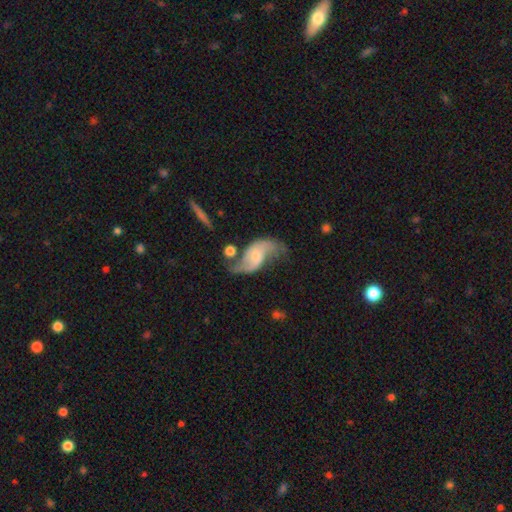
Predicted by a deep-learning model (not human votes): smooth_or_featured: featured or disk (p=0.81) [alt: smooth p=0.14]
disk_edge_on: no (p=0.96) [alt: yes p=0.04]
bar: no (p=0.53) [alt: weak p=0.38]
has_spiral_arms: yes (p=0.93) [alt: no p=0.07]
spiral_winding: loose (p=0.73) [alt: medium p=0.21]
spiral_arm_count: 2 (p=0.90) [alt: can't tell p=0.04]
bulge_size: small (p=0.50) [alt: moderate p=0.37]
merging: none (p=0.49) [alt: minor disturbance p=0.23]